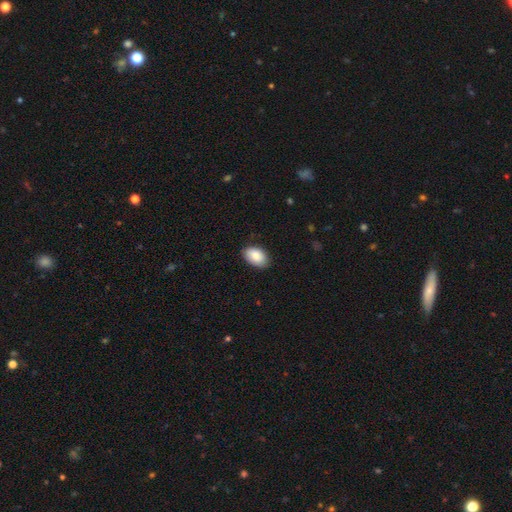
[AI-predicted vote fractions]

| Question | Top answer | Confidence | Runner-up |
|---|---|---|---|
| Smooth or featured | smooth | 88% | star or artifact (6%) |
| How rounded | in between | 91% | round (8%) |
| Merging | none | 85% | minor disturbance (12%) |